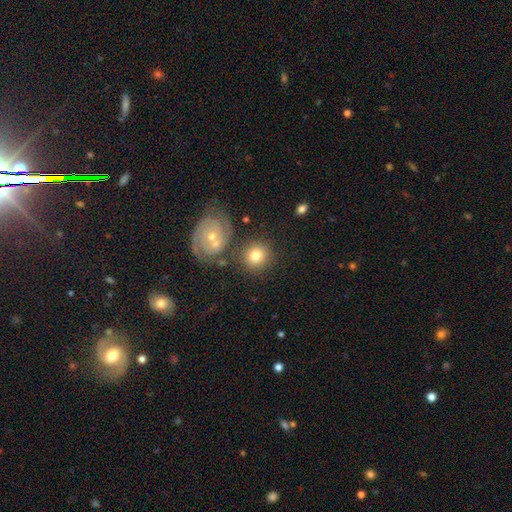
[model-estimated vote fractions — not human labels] Smooth or featured? smooth (71%)
How rounded? round (87%)
Merging? none (74%)